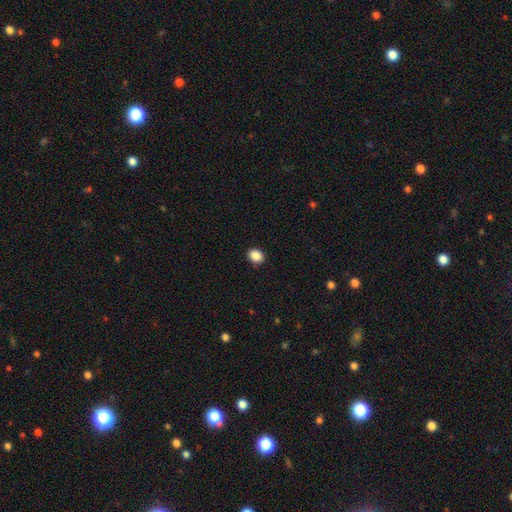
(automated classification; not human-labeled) Smooth or featured? Predicted: smooth (p=0.88). How rounded? Predicted: in between (p=0.50). Merging? Predicted: none (p=0.91).